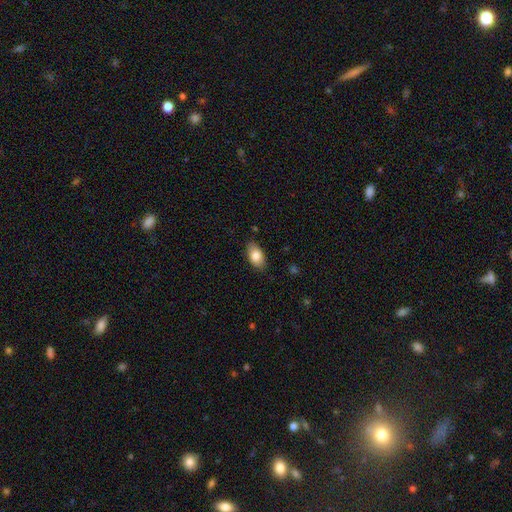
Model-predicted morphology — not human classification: Smooth or featured? Predicted: smooth (p=0.83). How rounded? Predicted: in between (p=0.92). Merging? Predicted: none (p=0.84).